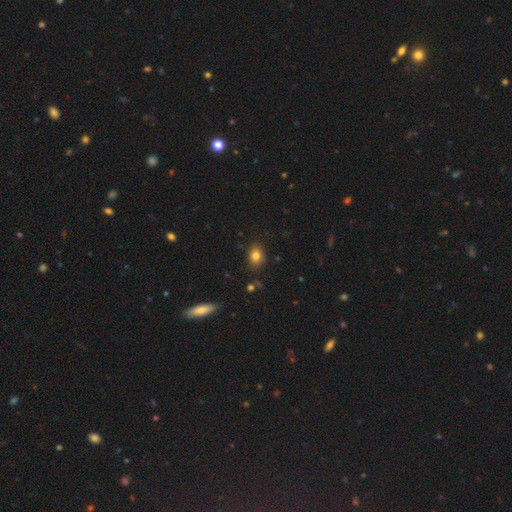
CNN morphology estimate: This is clearly a smooth galaxy (82%). How rounded: possibly in between (56%). Merging: clearly none (82%).